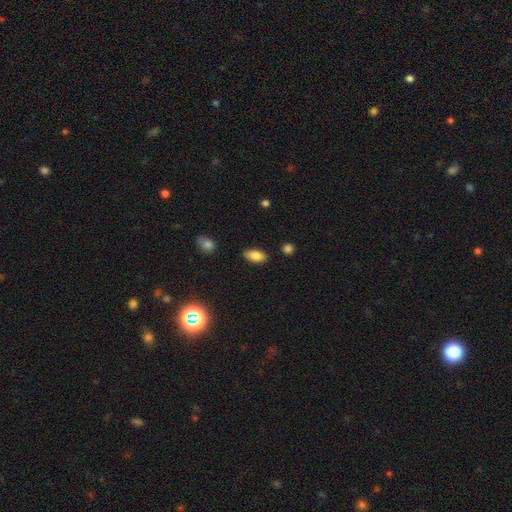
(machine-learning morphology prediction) Smooth or featured: smooth — 82% (featured or disk — 9%)
How rounded: in between — 91% (cigar-shaped — 6%)
Merging: none — 86% (minor disturbance — 10%)